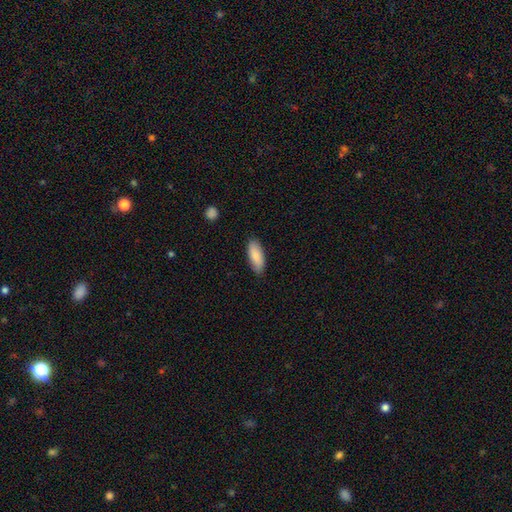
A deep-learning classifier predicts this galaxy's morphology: A smooth galaxy with no disk features (85%) that is in between round and cigar-shaped (77%). Merging: none (85%).